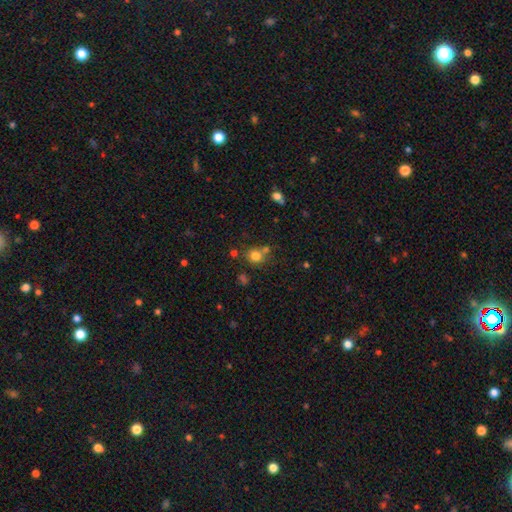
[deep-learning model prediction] The model was most divided on "merging": none: 65%, merger: 21%, minor disturbance: 10%, major disturbance: 4%. More confident: how rounded — round (84%); smooth or featured — smooth (77%).